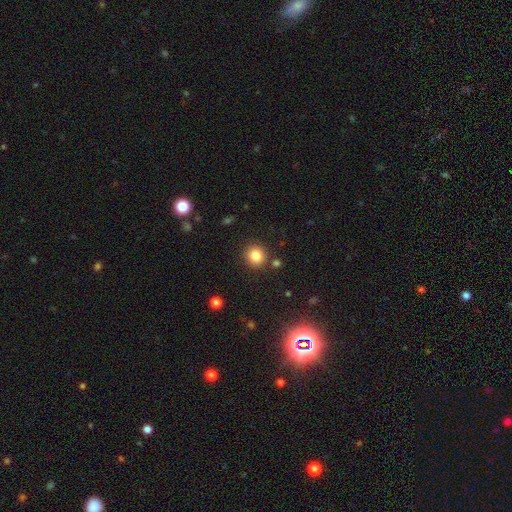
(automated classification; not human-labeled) smooth-or-featured: smooth: 83% | star or artifact: 11% | featured or disk: 6%
  how-rounded: round: 88% | in between: 11% | cigar-shaped: 1%
  merging: none: 88% | minor disturbance: 7% | merger: 3% | major disturbance: 2%